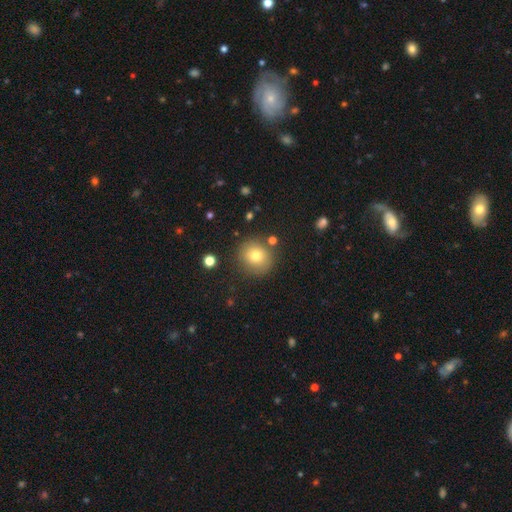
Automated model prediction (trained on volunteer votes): A smooth galaxy with no disk features (75%) that is round (89%). Merging: none (84%).